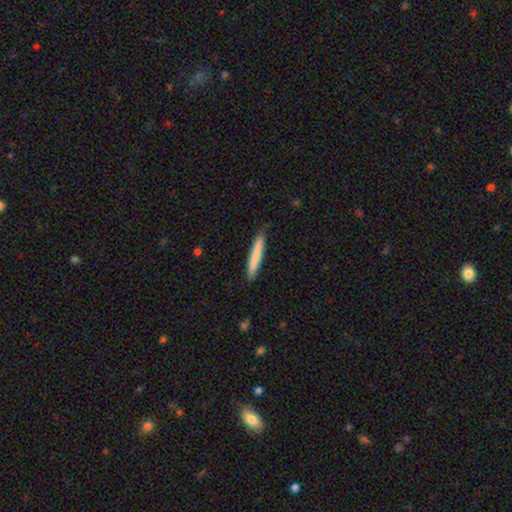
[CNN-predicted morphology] A smooth galaxy with no disk features (78%) that is cigar-shaped (95%). Merging: none (87%).